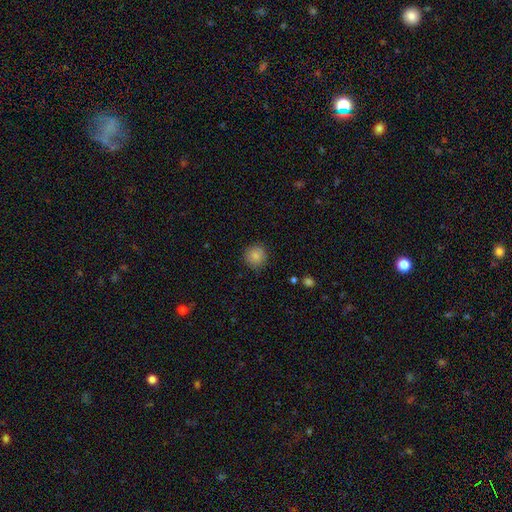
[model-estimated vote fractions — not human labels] Smooth or featured? smooth (86%)
How rounded? round (91%)
Merging? none (86%)